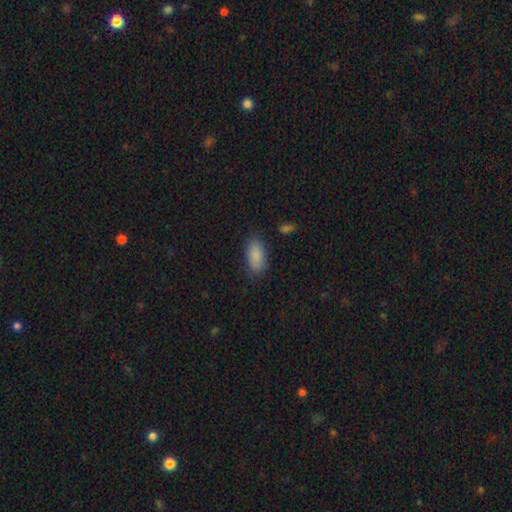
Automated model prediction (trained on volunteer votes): A smooth galaxy with no disk features (88%) that is in between round and cigar-shaped (91%). Merging: none (84%).